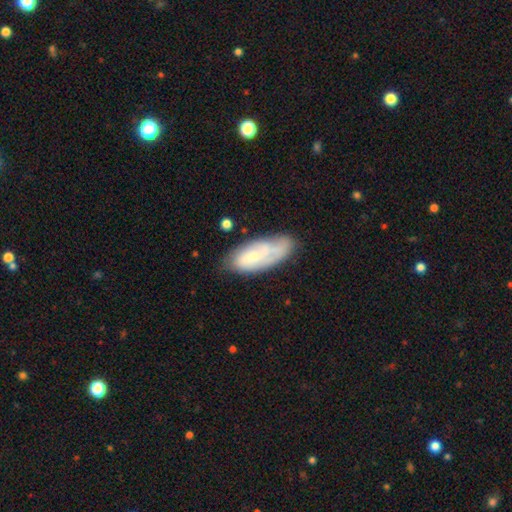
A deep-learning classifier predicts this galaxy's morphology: A featured or disk galaxy (48%).

Vote fractions:
- Smooth or featured? featured or disk: 48% / smooth: 45% / star or artifact: 7%
- Merging? none: 56% / minor disturbance: 28% / major disturbance: 11% / merger: 5%